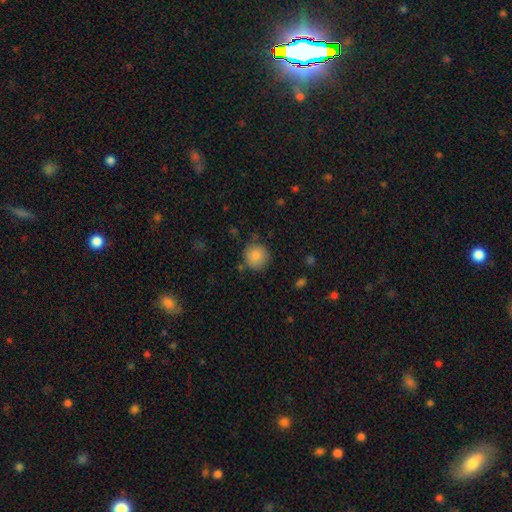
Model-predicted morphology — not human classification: A smooth galaxy with no disk features (85%) that is round (92%). Merging: none (77%).